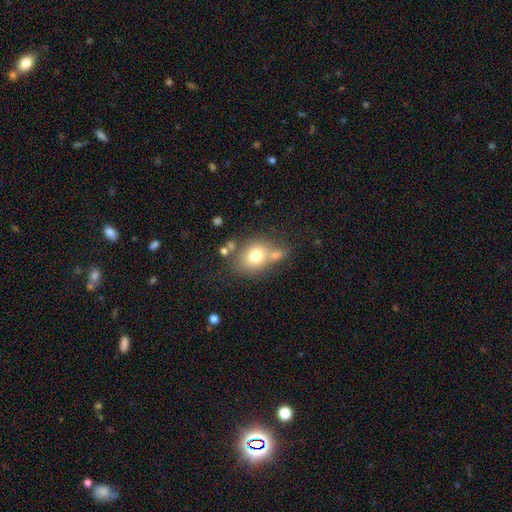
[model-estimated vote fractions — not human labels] Smooth or featured: smooth — 72% (featured or disk — 17%)
How rounded: in between — 50% (round — 49%)
Merging: none — 50% (merger — 25%)